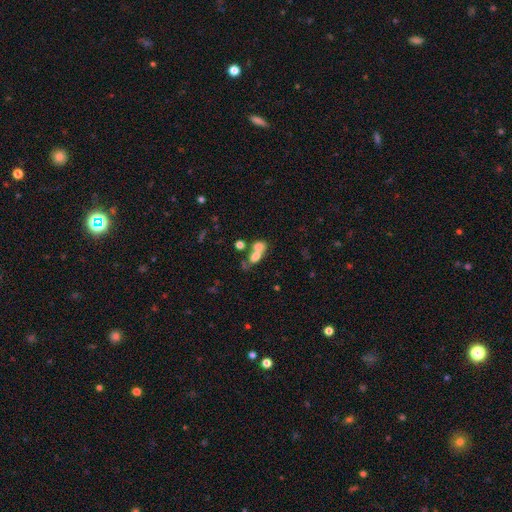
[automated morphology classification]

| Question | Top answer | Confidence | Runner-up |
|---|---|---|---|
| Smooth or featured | smooth | 67% | featured or disk (21%) |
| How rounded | in between | 69% | round (26%) |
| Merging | merger | 63% | none (22%) |